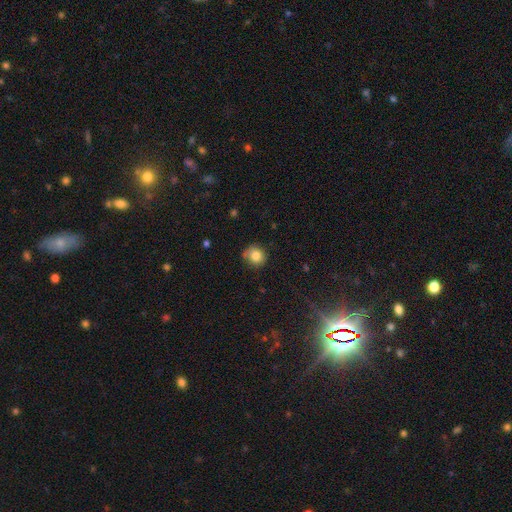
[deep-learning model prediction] Smooth or featured: smooth — 81% (star or artifact — 10%)
How rounded: round — 86% (in between — 13%)
Merging: none — 72% (minor disturbance — 21%)